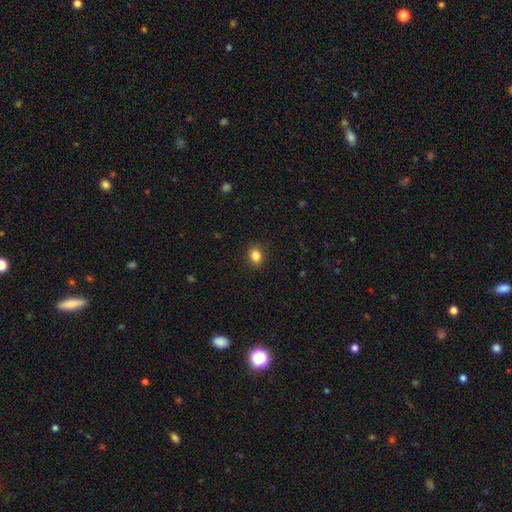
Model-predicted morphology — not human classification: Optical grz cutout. It shows a smooth galaxy with no disk features (85%) that is in between round and cigar-shaped (54%). Merging: none (89%).